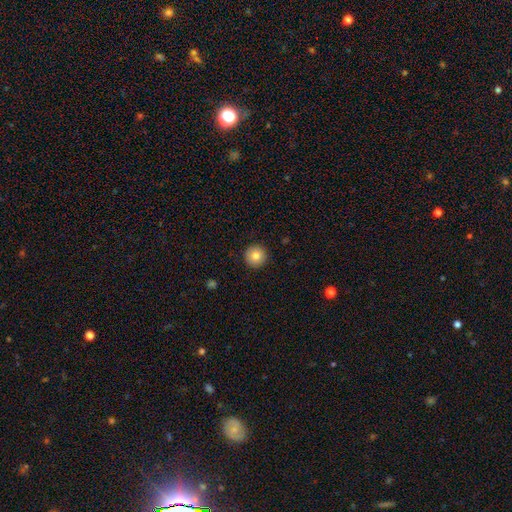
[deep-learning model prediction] Overall: smooth (83%). How rounded: round (96%). Merging: none (92%).